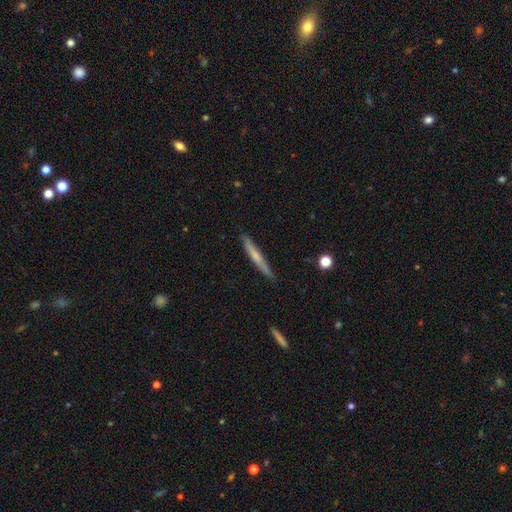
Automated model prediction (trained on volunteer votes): Smooth or featured: smooth — 50% (featured or disk — 44%)
How rounded: cigar-shaped — 95% (in between — 3%)
Merging: none — 88% (minor disturbance — 10%)